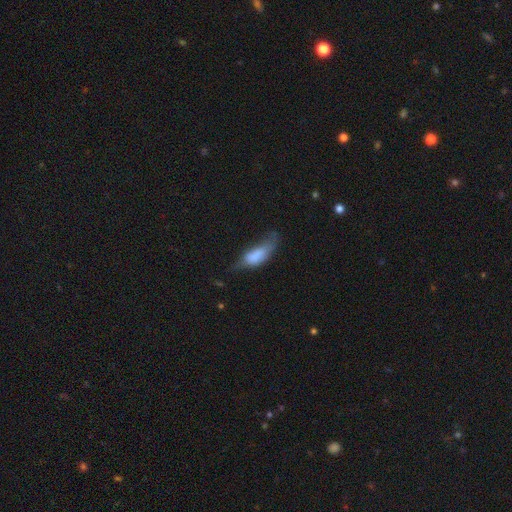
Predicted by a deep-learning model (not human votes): This is likely a smooth galaxy (71%). How rounded: likely in between (77%). Merging: marginally major disturbance (36%, tied with minor disturbance).